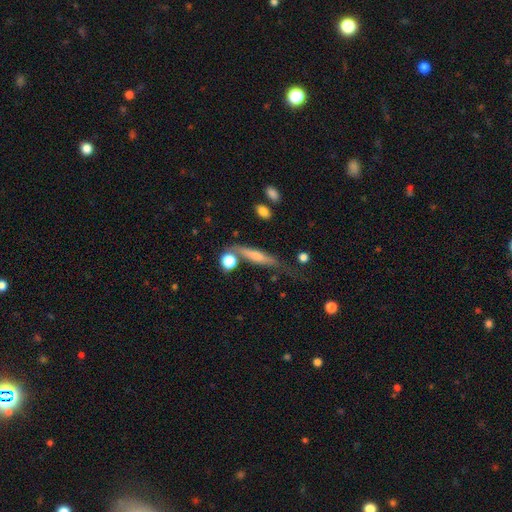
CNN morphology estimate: Smooth or featured: featured or disk — 51% (smooth — 34%)
Edge-on disk: yes — 79% (no — 21%)
Merging: none — 57% (minor disturbance — 18%)